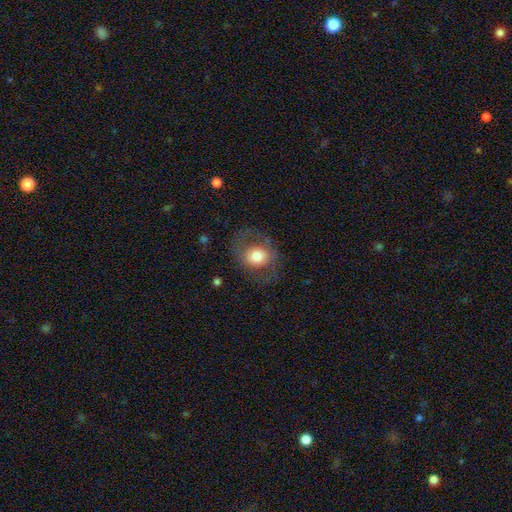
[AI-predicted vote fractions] This is likely a smooth galaxy (62%). How rounded: likely round (62%). Merging: likely none (69%).